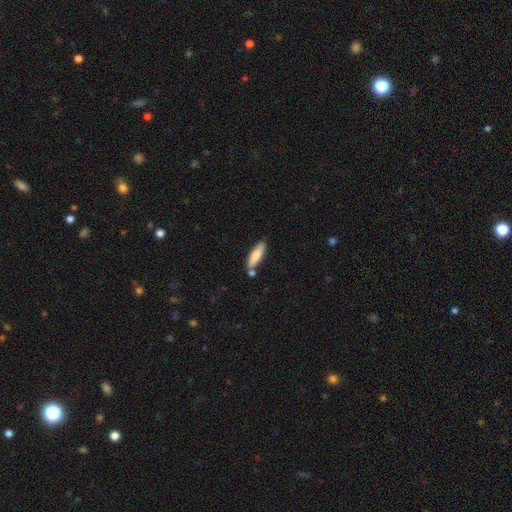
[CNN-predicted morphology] Q: Smooth or featured?
A: smooth (81%); runner-up: featured or disk (14%)
Q: How rounded?
A: cigar-shaped (60%); runner-up: in between (38%)
Q: Merging?
A: none (70%); runner-up: minor disturbance (14%)